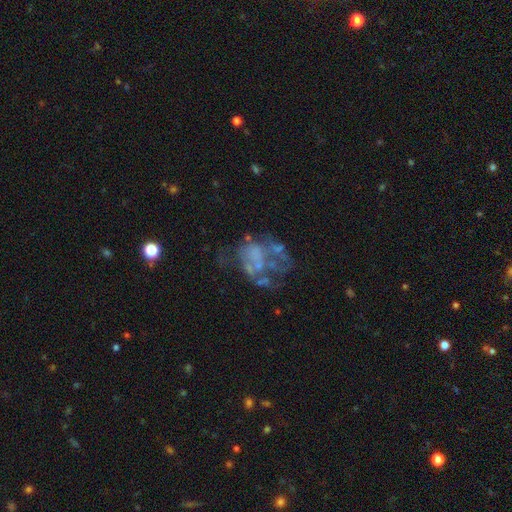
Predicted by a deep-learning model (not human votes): A featured or disk galaxy (66%) with no bar (91%), no spiral arms (90%) and no central bulge (74%).

Vote fractions:
- Smooth or featured? featured or disk: 66% / smooth: 18% / star or artifact: 15%
- Edge-on disk? no: 98% / yes: 2%
- Bar? no: 91% / weak: 7% / strong: 2%
- Spiral arms? no: 90% / yes: 10%
- Bulge size? none: 74% / small: 11% / moderate: 11% / large: 3% / dominant: 1%
- Merging? major disturbance: 35% / none: 34% / minor disturbance: 16% / merger: 14%